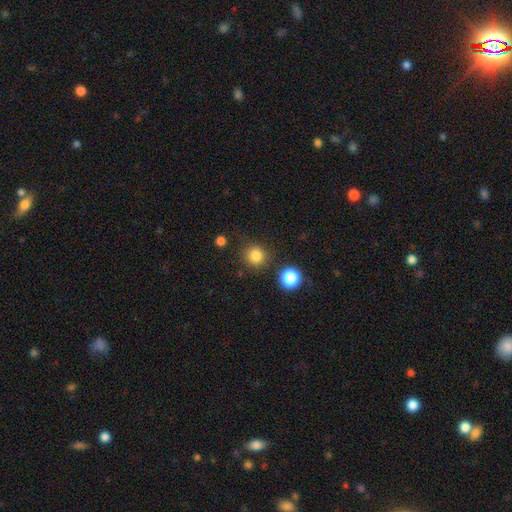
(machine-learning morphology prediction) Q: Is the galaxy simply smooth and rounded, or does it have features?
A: smooth — 83%.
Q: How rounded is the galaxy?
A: round — 92%.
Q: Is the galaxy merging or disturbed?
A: none — 84%.